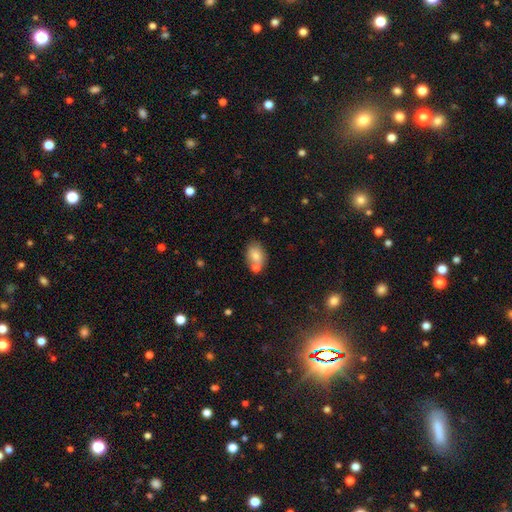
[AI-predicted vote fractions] Smooth or featured? Predicted: smooth (p=0.75). How rounded? Predicted: in between (p=0.79). Merging? Predicted: none (p=0.55).